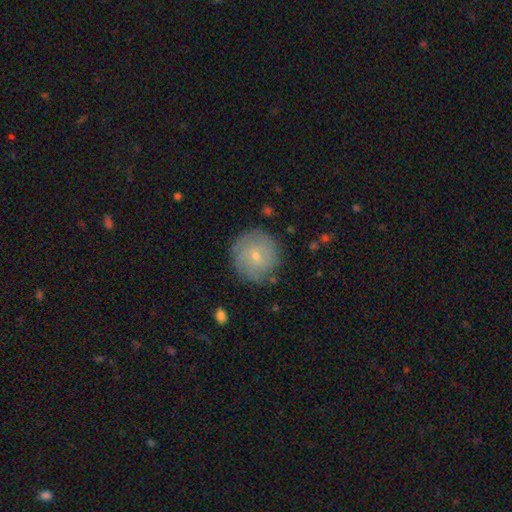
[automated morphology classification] type=smooth (61%); roundness=round (94%); merging=none (83%).